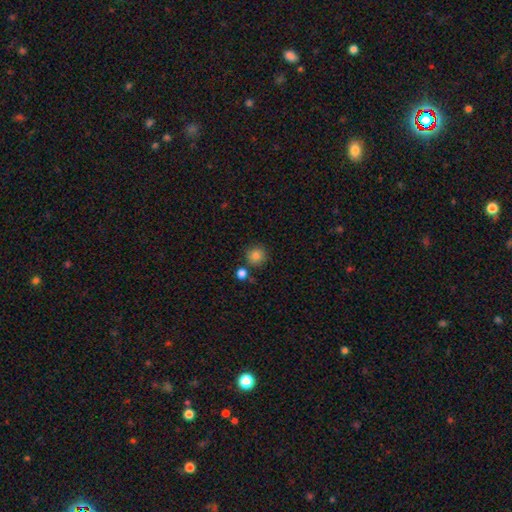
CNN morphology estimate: Smooth or featured: smooth — 84% (star or artifact — 11%)
How rounded: round — 94% (in between — 5%)
Merging: none — 81% (merger — 9%)